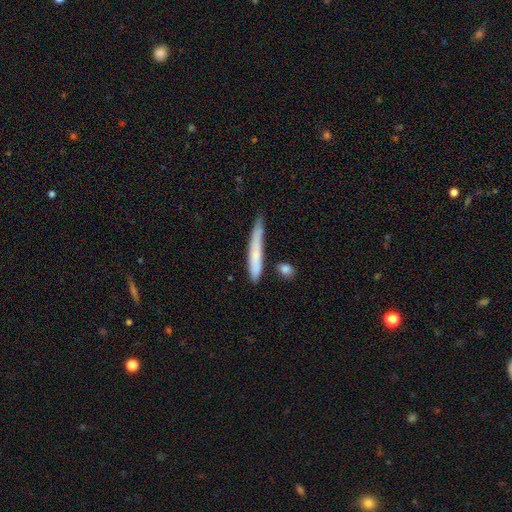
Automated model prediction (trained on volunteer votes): A smooth galaxy with no disk features (66%) that is cigar-shaped (95%). Merging: none (63%).